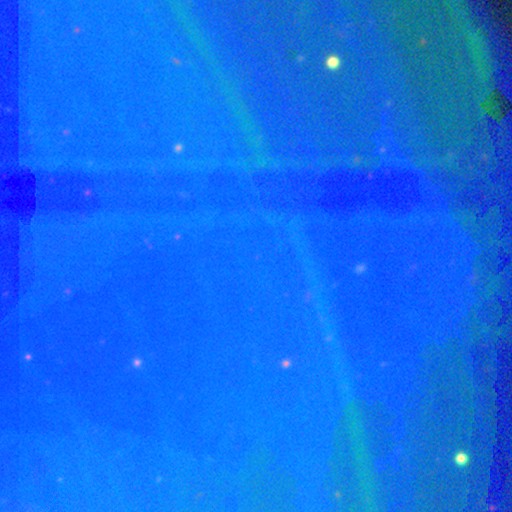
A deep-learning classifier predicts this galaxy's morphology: A star or artifact, not a galaxy (80%).

Vote fractions:
- Smooth or featured? star or artifact: 80% / smooth: 11% / featured or disk: 9%